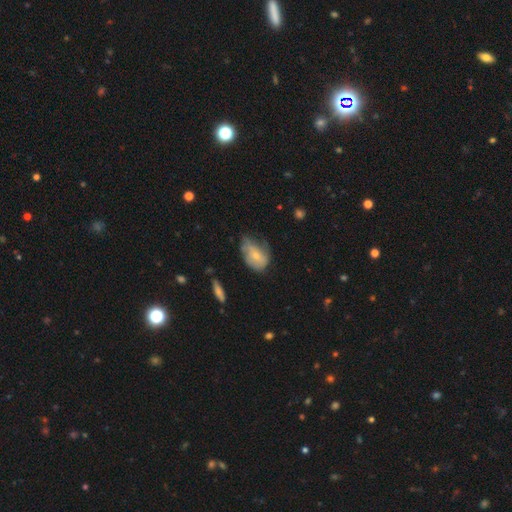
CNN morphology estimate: Q: Smooth or featured?
A: smooth (59%); runner-up: featured or disk (34%)
Q: How rounded?
A: in between (81%); runner-up: round (18%)
Q: Merging?
A: minor disturbance (41%); runner-up: none (33%)